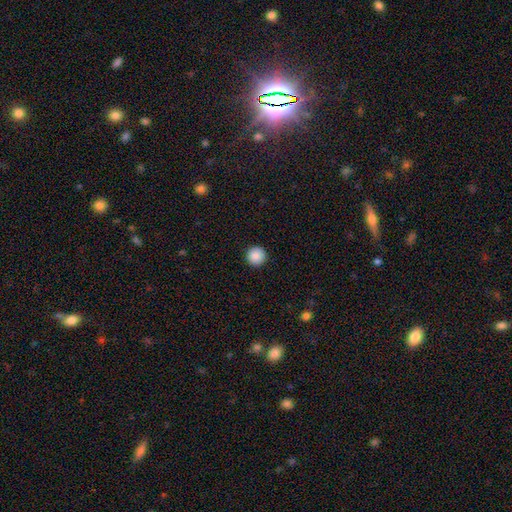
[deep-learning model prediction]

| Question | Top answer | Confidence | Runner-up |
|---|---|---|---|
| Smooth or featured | smooth | 88% | star or artifact (8%) |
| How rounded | round | 96% | in between (3%) |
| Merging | none | 94% | minor disturbance (4%) |